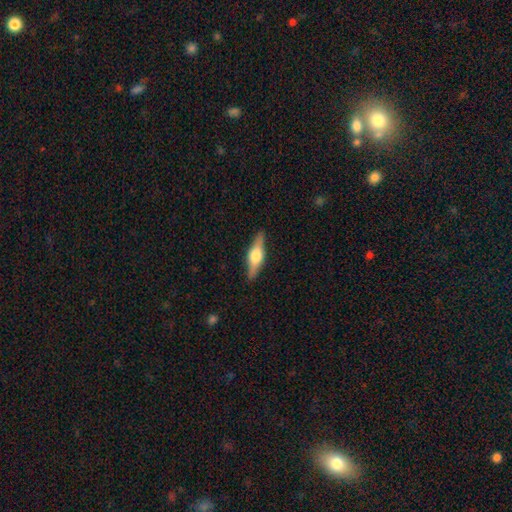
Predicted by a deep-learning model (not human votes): Smooth or featured?
  - featured or disk: 62% *
  - smooth: 33%
  - star or artifact: 6%
Edge-on disk?
  - yes: 95% *
  - no: 5%
Edge-on bulge?
  - rounded: 93% *
  - boxy: 6%
  - none: 2%
Merging?
  - none: 89% *
  - minor disturbance: 8%
  - major disturbance: 2%
  - merger: 1%